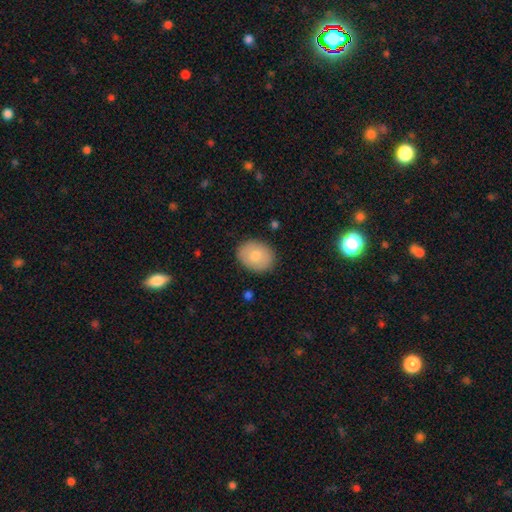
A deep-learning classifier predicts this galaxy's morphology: Q: Smooth or featured?
A: smooth (74%); runner-up: featured or disk (20%)
Q: How rounded?
A: in between (56%); runner-up: round (44%)
Q: Merging?
A: none (86%); runner-up: minor disturbance (11%)